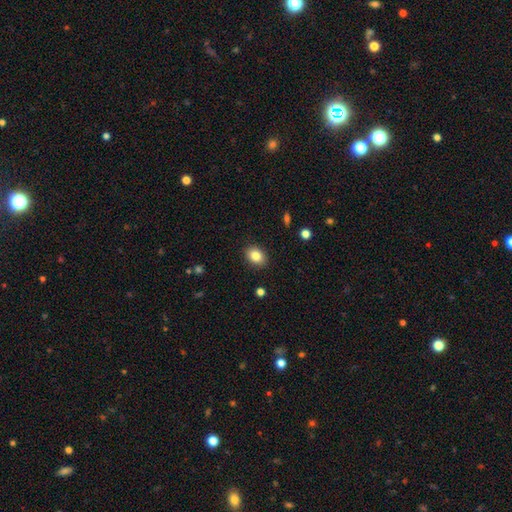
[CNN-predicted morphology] This is clearly a smooth galaxy (85%). How rounded: likely in between (66%). Merging: clearly none (89%).